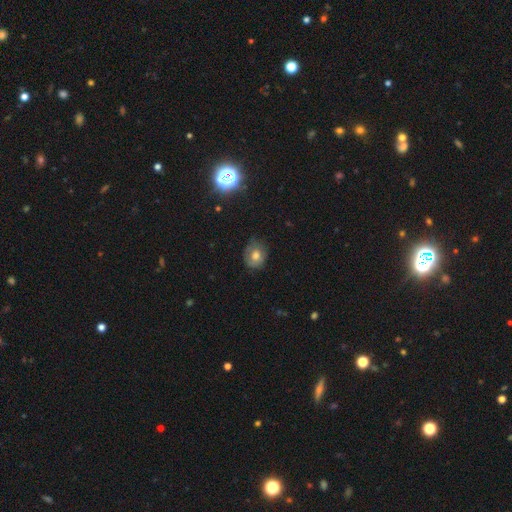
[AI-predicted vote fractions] Smooth or featured?
  - smooth: 67% *
  - featured or disk: 20%
  - star or artifact: 13%
How rounded?
  - round: 61% *
  - in between: 38%
  - cigar-shaped: 1%
Merging?
  - none: 73% *
  - minor disturbance: 21%
  - major disturbance: 5%
  - merger: 1%